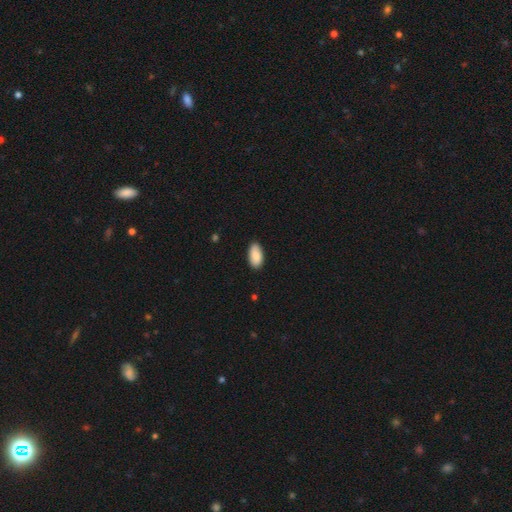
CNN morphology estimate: Overall: smooth (88%). How rounded: in between (94%). Merging: none (87%).